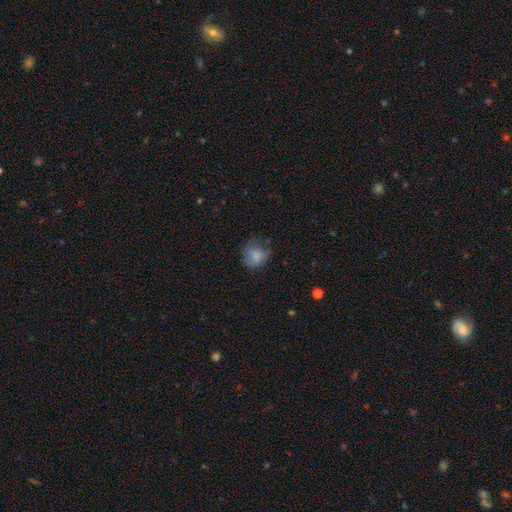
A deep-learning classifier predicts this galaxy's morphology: This is likely a smooth galaxy (78%). How rounded: likely round (78%). Merging: possibly none (57%).